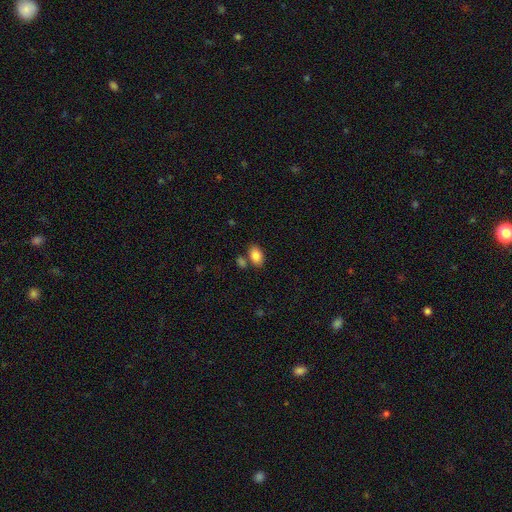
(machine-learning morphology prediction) Smooth or featured?
  - smooth: 86% *
  - star or artifact: 8%
  - featured or disk: 6%
How rounded?
  - in between: 88% *
  - round: 10%
  - cigar-shaped: 1%
Merging?
  - none: 69% *
  - merger: 16%
  - minor disturbance: 12%
  - major disturbance: 3%